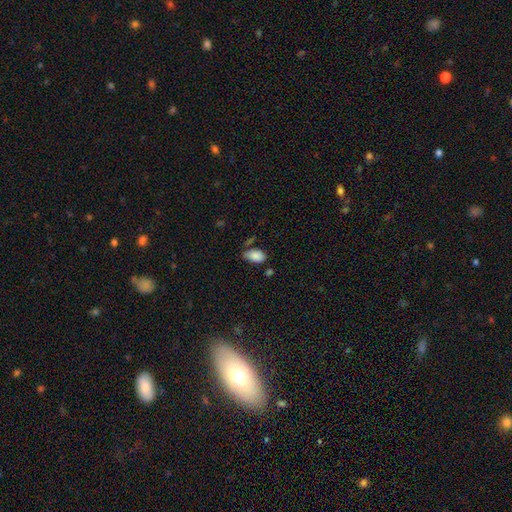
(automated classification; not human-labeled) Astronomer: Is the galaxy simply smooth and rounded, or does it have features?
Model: smooth — 86%.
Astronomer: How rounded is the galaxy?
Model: in between — 93%.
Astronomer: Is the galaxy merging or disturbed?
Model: none — 55%.